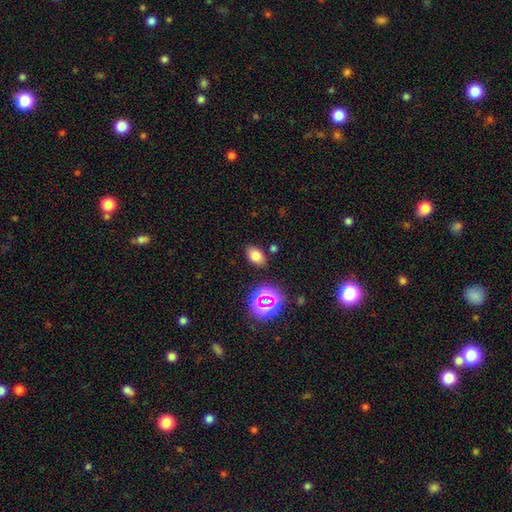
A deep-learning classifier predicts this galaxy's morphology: type=smooth (74%); roundness=in between (85%); merging=none (83%).